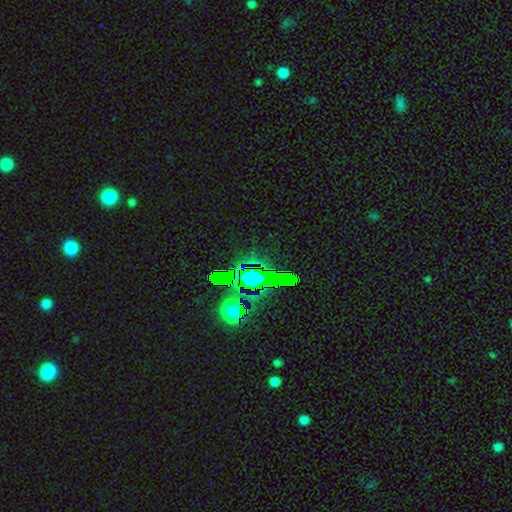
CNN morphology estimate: Overall: star or artifact (76%).